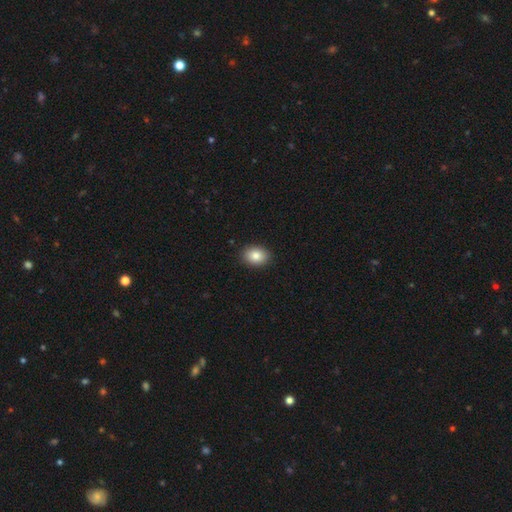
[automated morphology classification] Smooth or featured: smooth — 85% (star or artifact — 8%)
How rounded: in between — 69% (round — 30%)
Merging: none — 90% (minor disturbance — 7%)